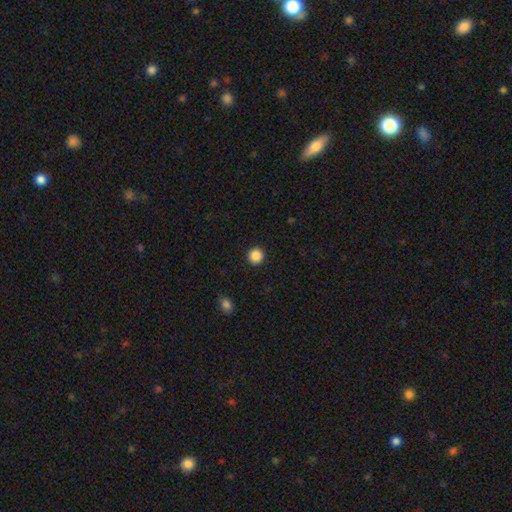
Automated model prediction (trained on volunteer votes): Smooth or featured: smooth — 88% (star or artifact — 10%)
How rounded: round — 95% (in between — 4%)
Merging: none — 93% (minor disturbance — 4%)